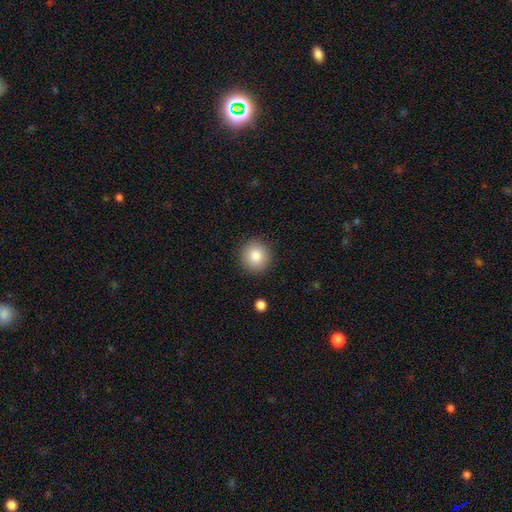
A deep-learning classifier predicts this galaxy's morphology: Q: Smooth or featured?
A: smooth (84%); runner-up: star or artifact (9%)
Q: How rounded?
A: round (92%); runner-up: in between (7%)
Q: Merging?
A: none (90%); runner-up: minor disturbance (6%)